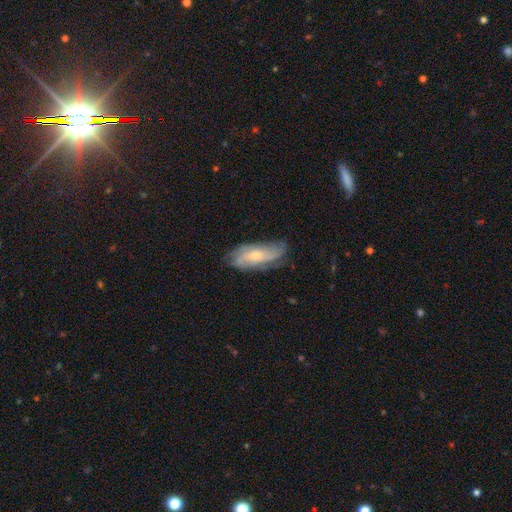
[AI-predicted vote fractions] smooth_or_featured: featured or disk (p=0.59) [alt: smooth p=0.34]
disk_edge_on: no (p=0.85) [alt: yes p=0.15]
bar: no (p=0.63) [alt: weak p=0.30]
has_spiral_arms: yes (p=0.84) [alt: no p=0.16]
bulge_size: moderate (p=0.46) [tied with: small p=0.46]
merging: none (p=0.65) [alt: minor disturbance p=0.25]